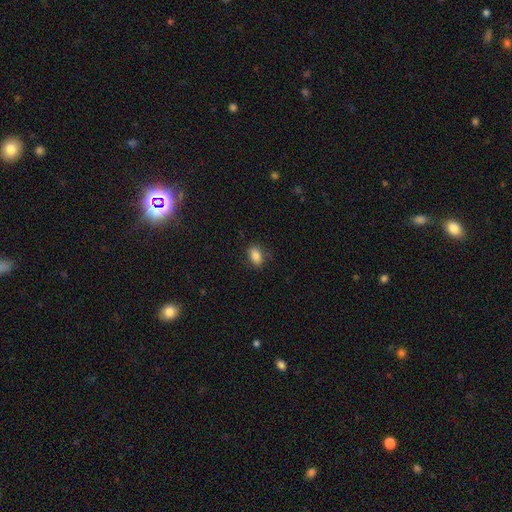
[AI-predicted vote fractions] smooth 85%, star or artifact 9%, featured or disk 6%. Down the decision tree: how rounded — in between (84%); merging — none (81%).